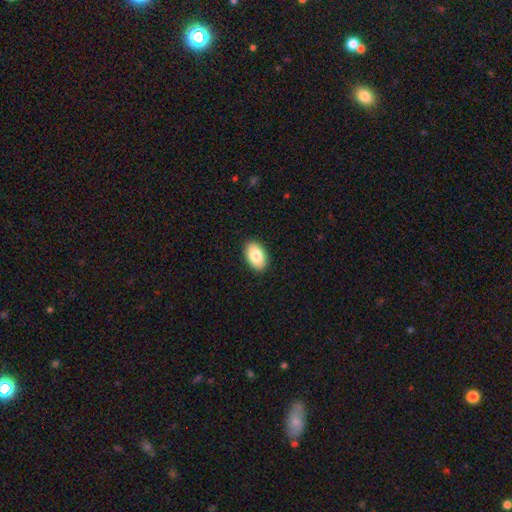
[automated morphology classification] This is clearly a smooth galaxy (84%). How rounded: clearly in between (93%). Merging: clearly none (90%).